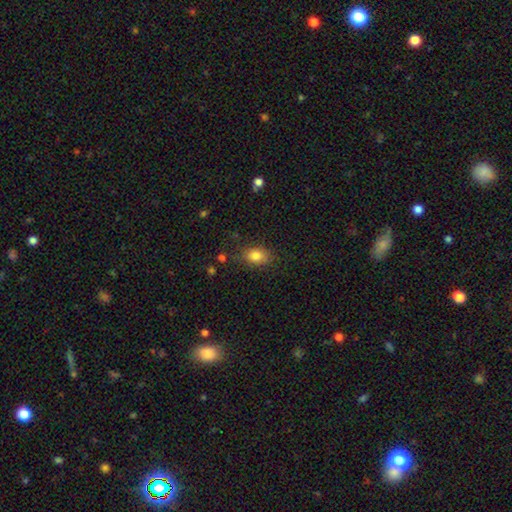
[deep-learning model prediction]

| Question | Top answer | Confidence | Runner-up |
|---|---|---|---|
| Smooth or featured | smooth | 83% | star or artifact (10%) |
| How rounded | in between | 76% | round (22%) |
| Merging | none | 81% | minor disturbance (14%) |